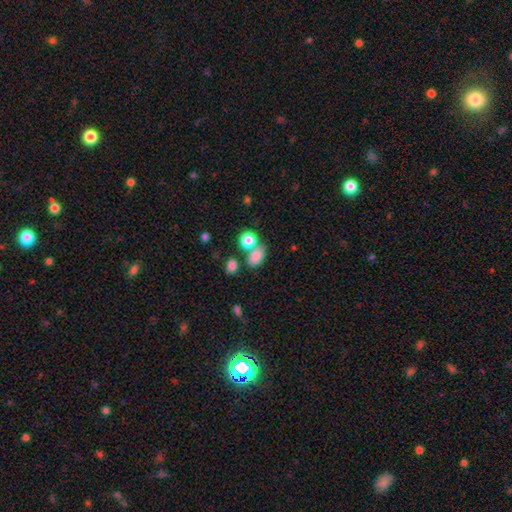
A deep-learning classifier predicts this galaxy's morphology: A smooth galaxy with no disk features (80%) that is in between round and cigar-shaped (73%). Merging: none (52%).